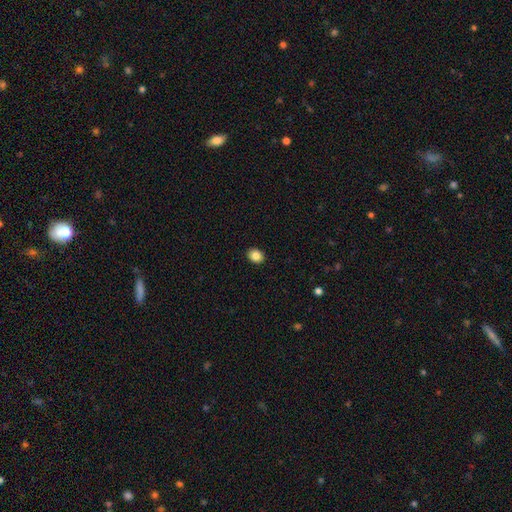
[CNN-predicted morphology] Smooth or featured: smooth — 86% (star or artifact — 9%)
How rounded: round — 51% (in between — 48%)
Merging: none — 91% (minor disturbance — 6%)